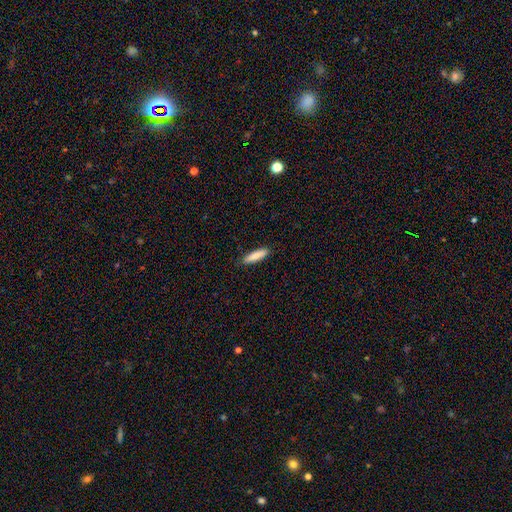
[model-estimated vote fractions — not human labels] smooth_or_featured: smooth (p=0.84) [alt: featured or disk p=0.11]
how_rounded: cigar-shaped (p=0.74) [alt: in between p=0.24]
merging: none (p=0.89) [alt: minor disturbance p=0.08]